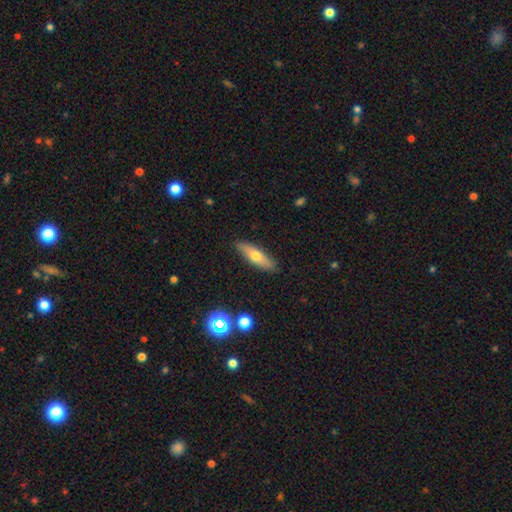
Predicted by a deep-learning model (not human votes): This is likely a smooth galaxy (60%). How rounded: likely cigar-shaped (60%). Merging: clearly none (89%).